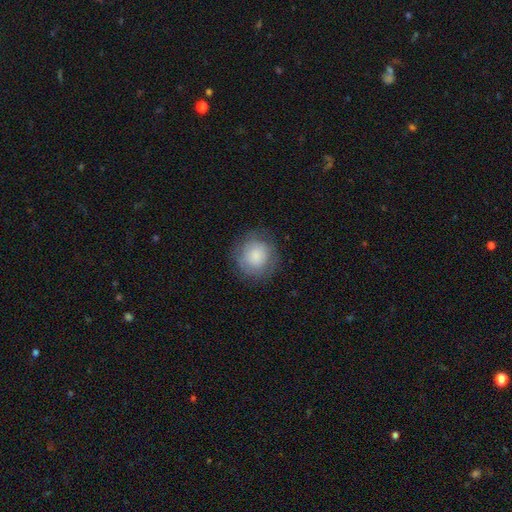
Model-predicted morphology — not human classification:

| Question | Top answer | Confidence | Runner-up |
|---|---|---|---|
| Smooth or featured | smooth | 76% | featured or disk (16%) |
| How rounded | round | 90% | in between (9%) |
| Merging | none | 78% | minor disturbance (15%) |